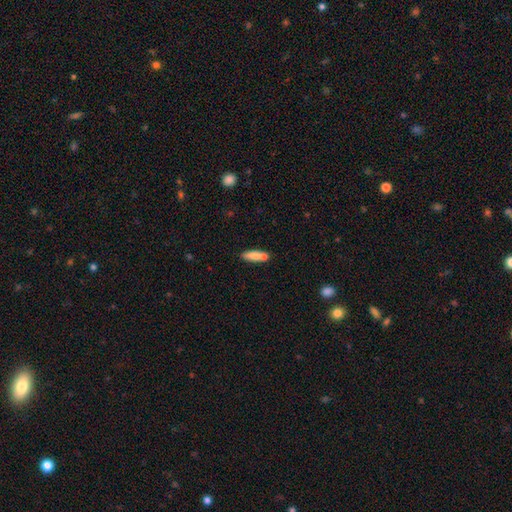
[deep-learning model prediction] This appears to be a smooth galaxy with no disk features (80%) that is cigar-shaped (67%). Merging: none (75%).